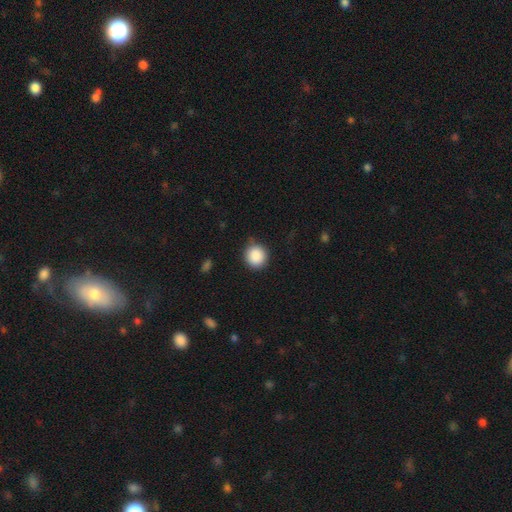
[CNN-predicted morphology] Smooth or featured: smooth — 89% (star or artifact — 8%)
How rounded: round — 91% (in between — 8%)
Merging: none — 81% (minor disturbance — 14%)